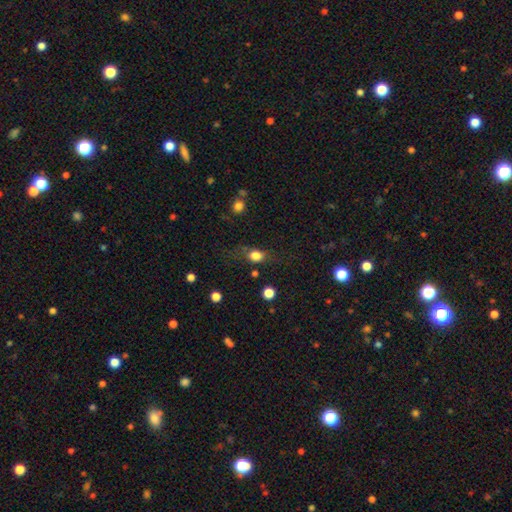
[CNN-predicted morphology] type=smooth (78%); roundness=in between (51%); merging=none (60%).